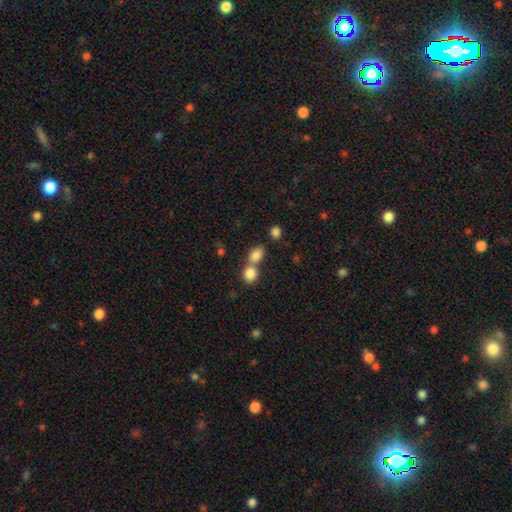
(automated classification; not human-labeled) This appears to be a smooth galaxy with no disk features (84%) that is in between round and cigar-shaped (63%). Merging: merger (49%).